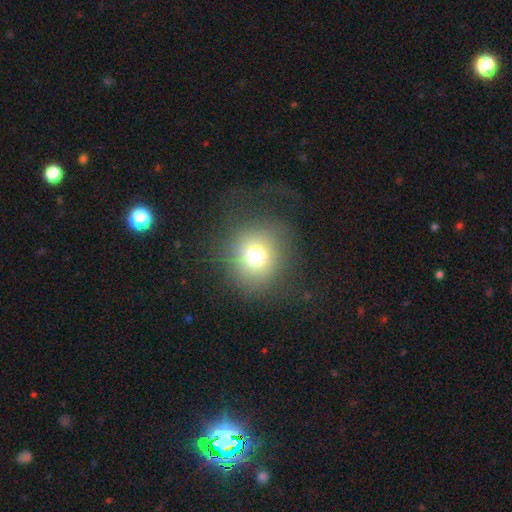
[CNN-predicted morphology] This appears to be a smooth galaxy with no disk features (73%) that is round (87%). Merging: none (80%).